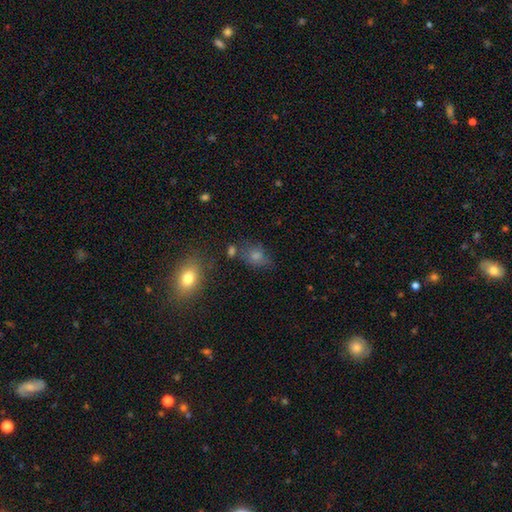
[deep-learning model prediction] This appears to be a smooth galaxy with no disk features (57%) that is in between round and cigar-shaped (60%). Merging: none (71%).